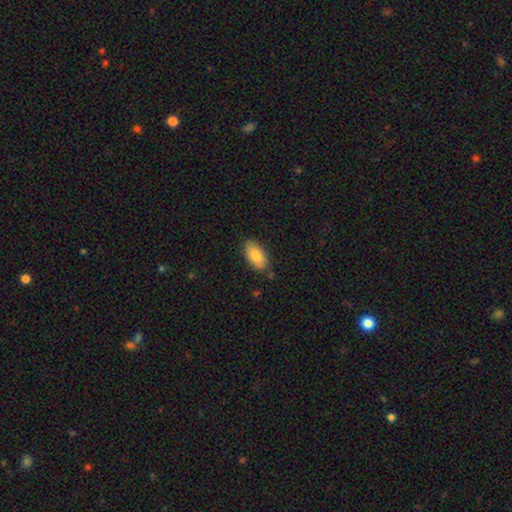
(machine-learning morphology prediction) Smooth or featured? smooth (82%)
How rounded? in between (92%)
Merging? none (80%)